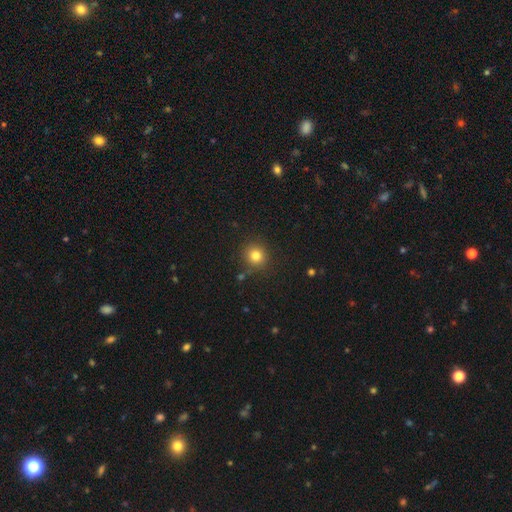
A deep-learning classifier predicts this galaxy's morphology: Smooth or featured? Predicted: smooth (p=0.81). How rounded? Predicted: round (p=0.92). Merging? Predicted: none (p=0.87).